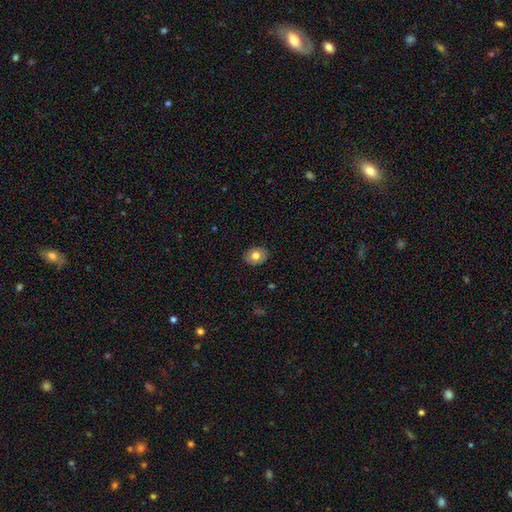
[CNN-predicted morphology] A smooth galaxy with no disk features (74%) that is in between round and cigar-shaped (55%).

Vote fractions:
- Smooth or featured? smooth: 74% / featured or disk: 18% / star or artifact: 8%
- How rounded? in between: 55% / round: 44% / cigar-shaped: 1%
- Merging? none: 87% / minor disturbance: 10% / major disturbance: 2% / merger: 1%